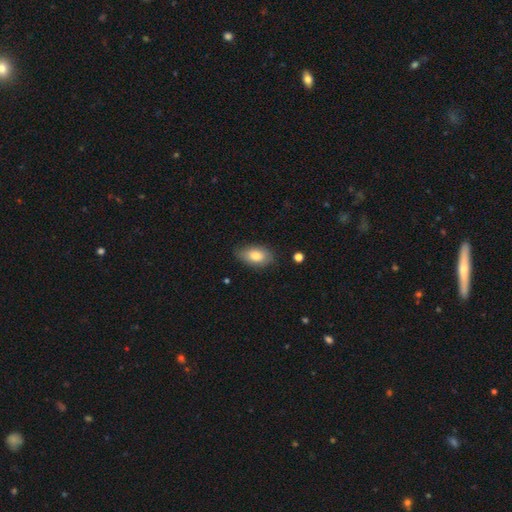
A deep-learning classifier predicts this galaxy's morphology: Smooth or featured? Predicted: smooth (p=0.80). How rounded? Predicted: in between (p=0.91). Merging? Predicted: none (p=0.80).